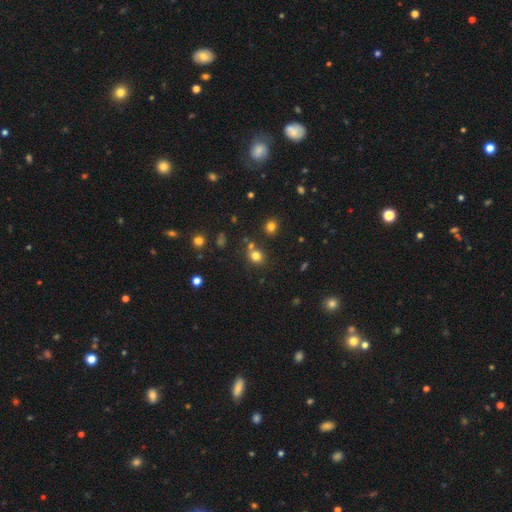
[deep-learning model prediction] smooth-or-featured: smooth: 77% | star or artifact: 16% | featured or disk: 6%
  how-rounded: round: 75% | in between: 24% | cigar-shaped: 1%
  merging: none: 70% | merger: 16% | minor disturbance: 10% | major disturbance: 4%